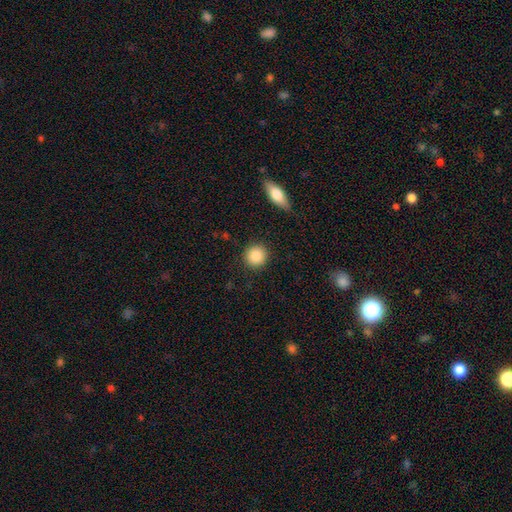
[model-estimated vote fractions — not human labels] smooth_or_featured: smooth (p=0.87) [alt: star or artifact p=0.08]
how_rounded: round (p=0.91) [alt: in between p=0.08]
merging: none (p=0.89) [alt: minor disturbance p=0.07]